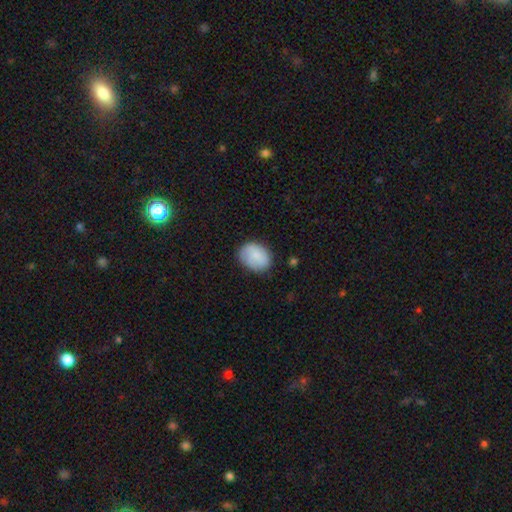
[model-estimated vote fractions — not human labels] smooth-or-featured: smooth: 75% | featured or disk: 18% | star or artifact: 7%
  how-rounded: in between: 59% | round: 40% | cigar-shaped: 1%
  merging: none: 74% | minor disturbance: 20% | major disturbance: 5% | merger: 1%